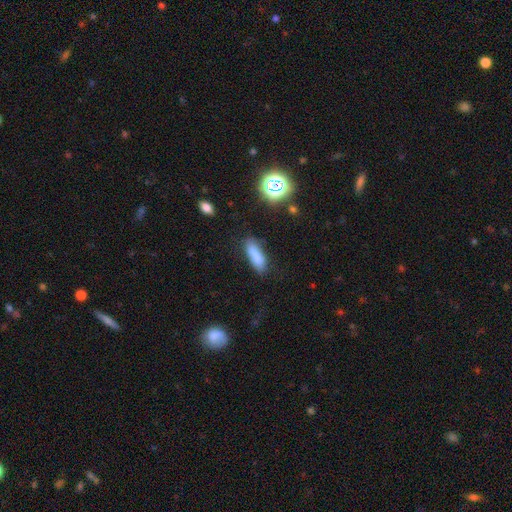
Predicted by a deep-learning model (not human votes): This appears to be a smooth galaxy with no disk features (81%) that is in between round and cigar-shaped (52%). Merging: none (69%).